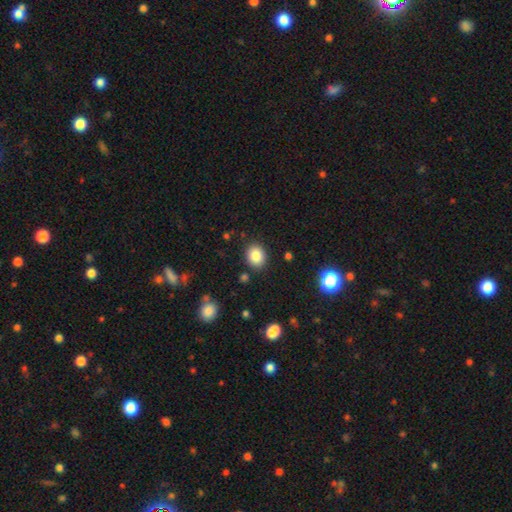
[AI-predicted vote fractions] Smooth or featured? Predicted: smooth (p=0.84). How rounded? Predicted: round (p=0.60). Merging? Predicted: none (p=0.87).